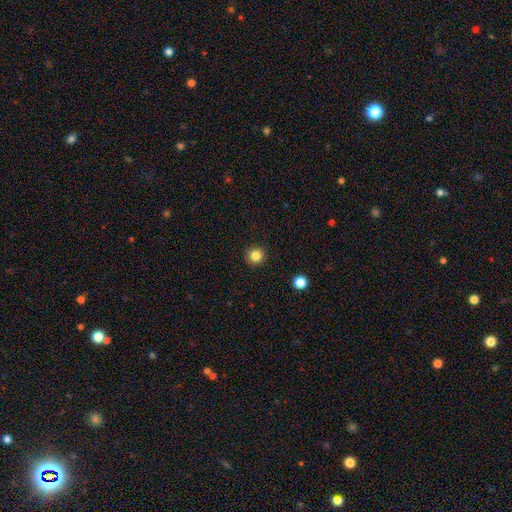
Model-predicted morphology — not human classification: smooth-or-featured: smooth: 84% | star or artifact: 12% | featured or disk: 4%
  how-rounded: round: 95% | in between: 4% | cigar-shaped: 1%
  merging: none: 92% | minor disturbance: 5% | major disturbance: 2% | merger: 1%